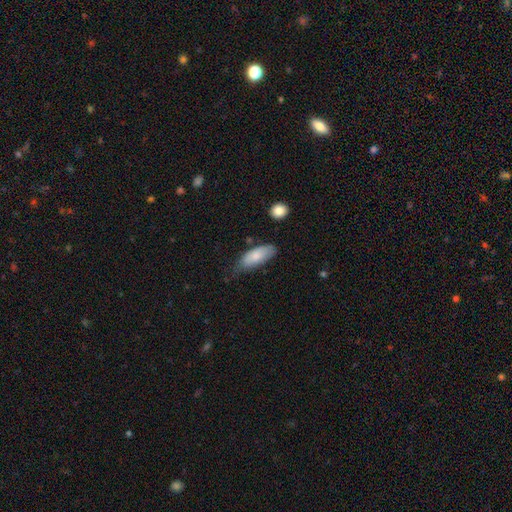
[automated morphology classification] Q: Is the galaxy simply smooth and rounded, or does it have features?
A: smooth — 78%.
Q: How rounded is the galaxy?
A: in between — 81%.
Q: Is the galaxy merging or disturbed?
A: none — 54%.